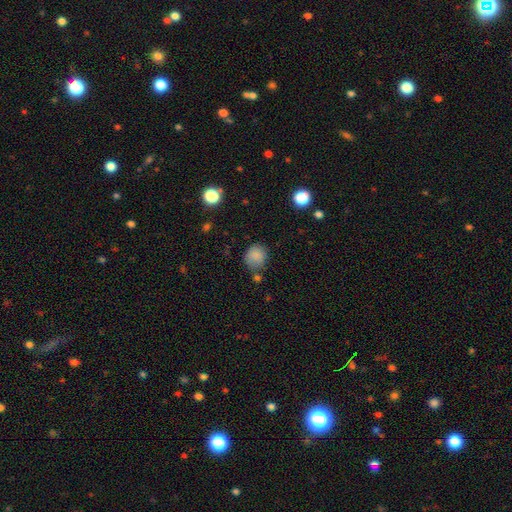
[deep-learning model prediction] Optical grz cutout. It shows a smooth galaxy with no disk features (85%) that is round (78%). Merging: none (65%).